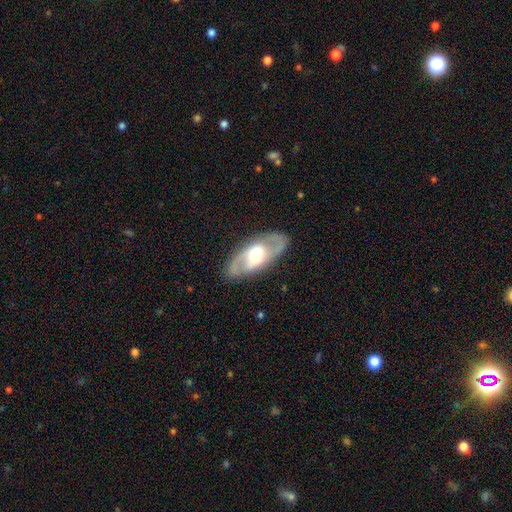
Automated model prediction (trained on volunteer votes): Smooth or featured? featured or disk (77%)
Edge-on disk? no (90%)
Bar? no (45%)
Spiral arms? yes (78%)
Spiral winding? medium (50%)
Spiral arm count? 2 (88%)
Bulge size? moderate (55%)
Merging? none (85%)